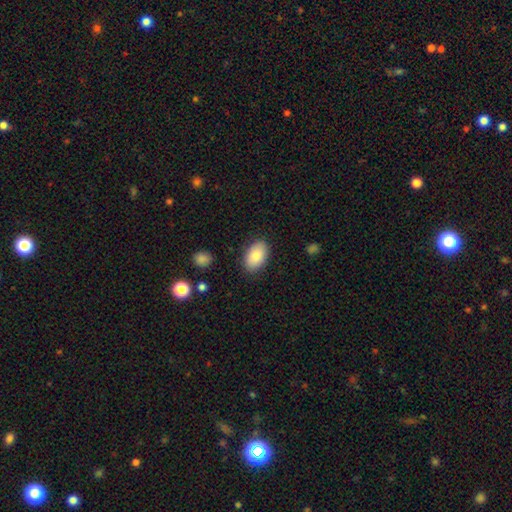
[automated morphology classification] Overall: smooth (84%). How rounded: in between (92%). Merging: none (86%).